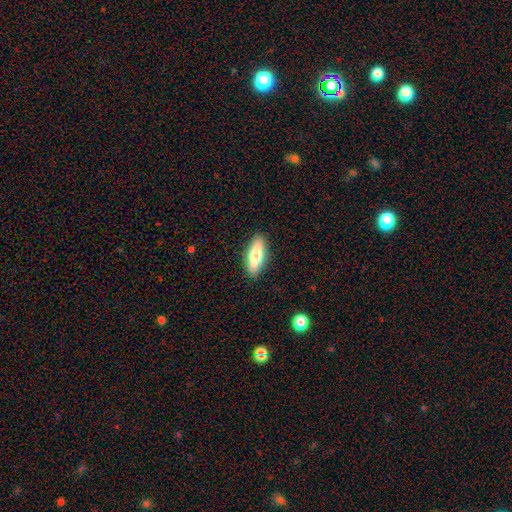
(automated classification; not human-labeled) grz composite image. It shows a smooth galaxy with no disk features (71%) that is in between round and cigar-shaped (60%). Merging: none (89%).